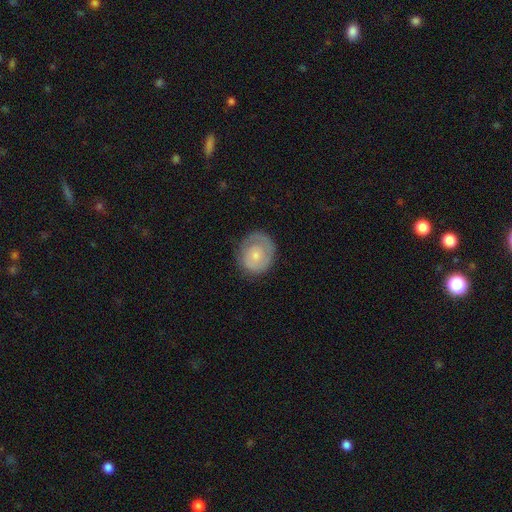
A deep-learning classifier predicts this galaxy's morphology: This is possibly a smooth galaxy (51%). How rounded: likely round (77%). Merging: likely none (72%).